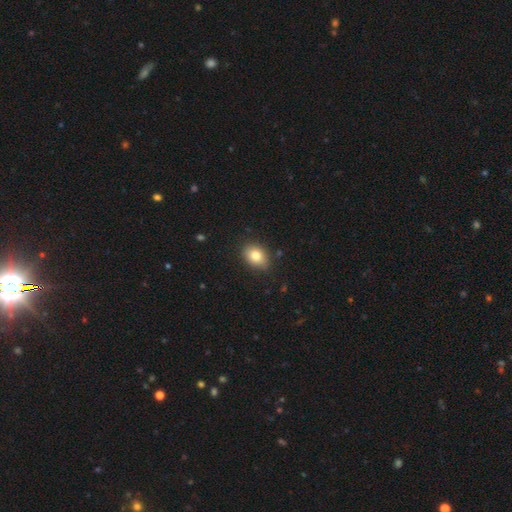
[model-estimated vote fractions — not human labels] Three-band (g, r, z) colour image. It shows a smooth galaxy with no disk features (81%) that is in between round and cigar-shaped (70%). Merging: none (84%).